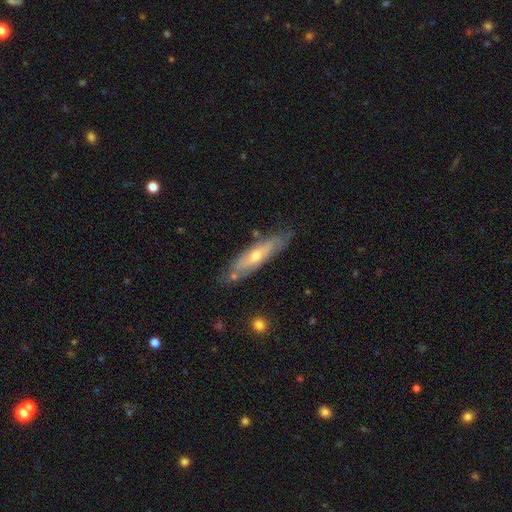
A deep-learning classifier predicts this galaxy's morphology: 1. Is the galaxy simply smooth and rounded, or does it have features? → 62% featured or disk, 32% smooth, 6% star or artifact.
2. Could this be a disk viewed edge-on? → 53% yes, 47% no.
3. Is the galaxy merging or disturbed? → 74% none, 18% minor disturbance, 4% major disturbance, 4% merger.